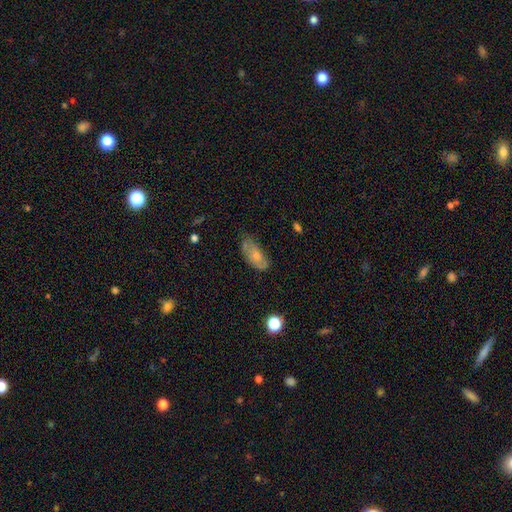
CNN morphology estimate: Overall: smooth (62%; featured or disk 30%). How rounded: in between (87%). Merging: none (57%; minor disturbance 31%).